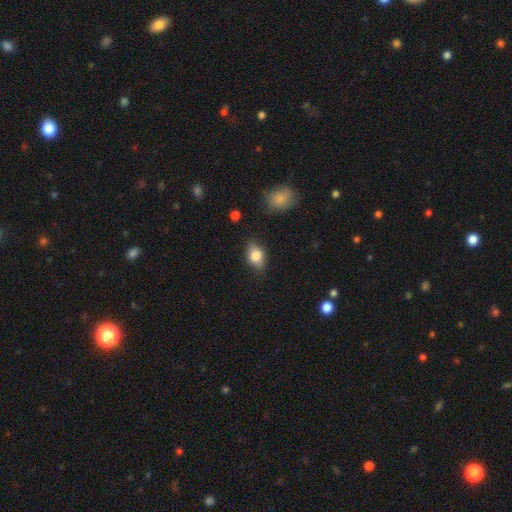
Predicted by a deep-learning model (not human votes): A smooth galaxy with no disk features (76%) that is in between round and cigar-shaped (79%).

Vote fractions:
- Smooth or featured? smooth: 76% / featured or disk: 16% / star or artifact: 8%
- How rounded? in between: 79% / round: 18% / cigar-shaped: 3%
- Merging? none: 78% / minor disturbance: 16% / major disturbance: 4% / merger: 2%